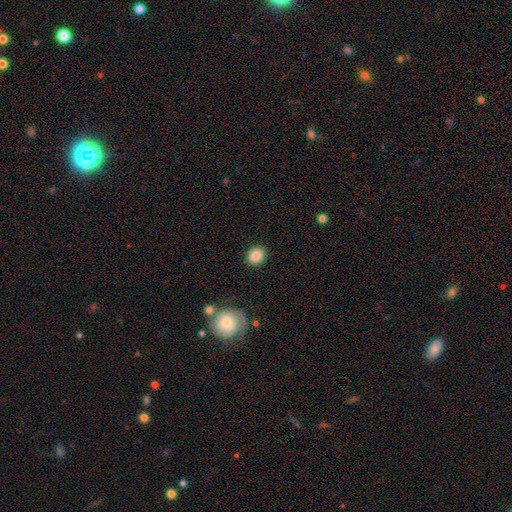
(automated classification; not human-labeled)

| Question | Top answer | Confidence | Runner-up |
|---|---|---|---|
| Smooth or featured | smooth | 87% | star or artifact (8%) |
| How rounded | round | 64% | in between (35%) |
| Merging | none | 87% | minor disturbance (9%) |